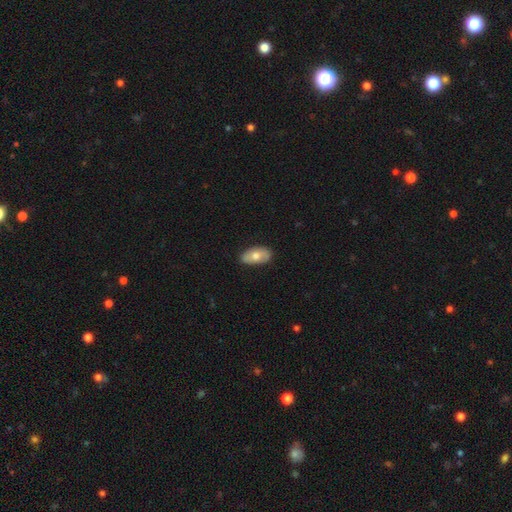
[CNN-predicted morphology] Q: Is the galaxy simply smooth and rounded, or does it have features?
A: smooth — 68%.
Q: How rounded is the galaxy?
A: in between — 93%.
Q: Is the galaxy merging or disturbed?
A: none — 82%.